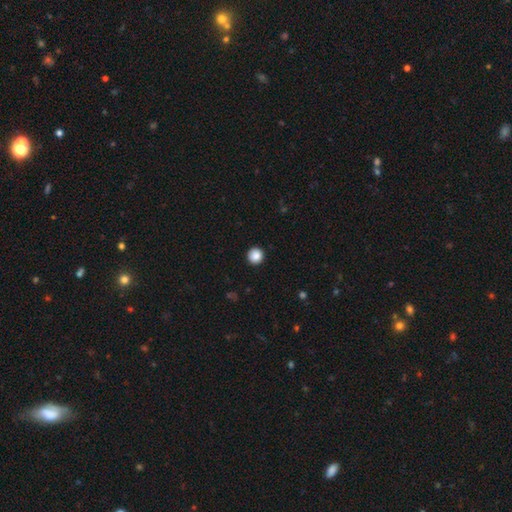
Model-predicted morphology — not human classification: Smooth or featured: smooth — 88% (star or artifact — 9%)
How rounded: round — 95% (in between — 4%)
Merging: none — 93% (minor disturbance — 4%)